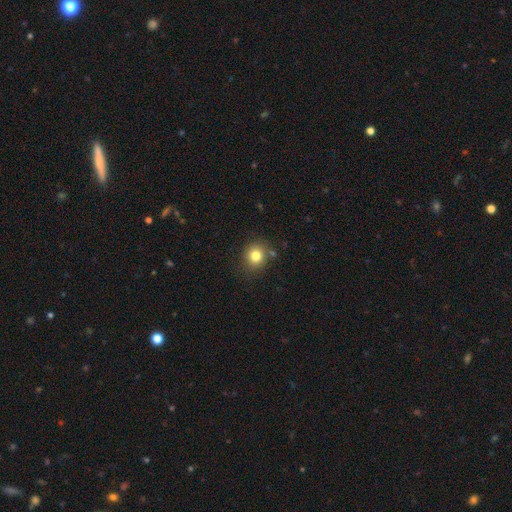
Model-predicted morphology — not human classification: This appears to be a smooth galaxy with no disk features (80%) that is round (83%). Merging: none (81%).